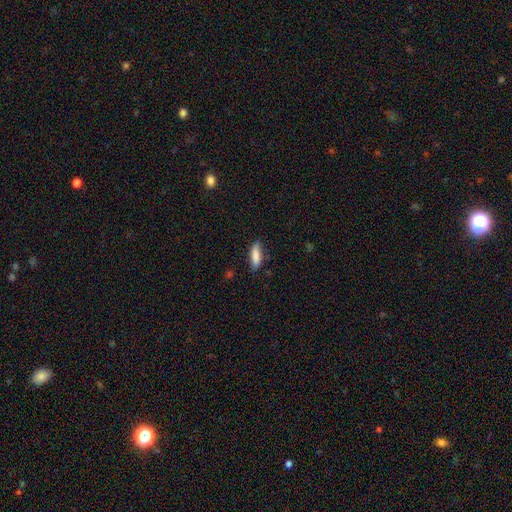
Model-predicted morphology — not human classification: This appears to be a smooth galaxy with no disk features (85%) that is in between round and cigar-shaped (53%). Merging: none (75%).